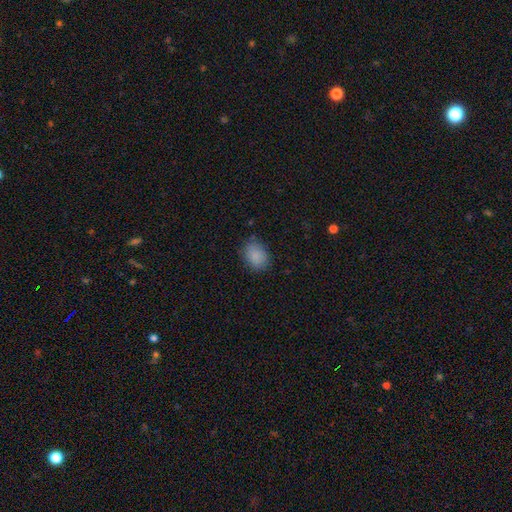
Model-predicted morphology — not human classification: A smooth galaxy with no disk features (87%) that is in between round and cigar-shaped (66%).

Vote fractions:
- Smooth or featured? smooth: 87% / star or artifact: 8% / featured or disk: 4%
- How rounded? in between: 66% / round: 33% / cigar-shaped: 1%
- Merging? none: 77% / minor disturbance: 18% / major disturbance: 4% / merger: 1%